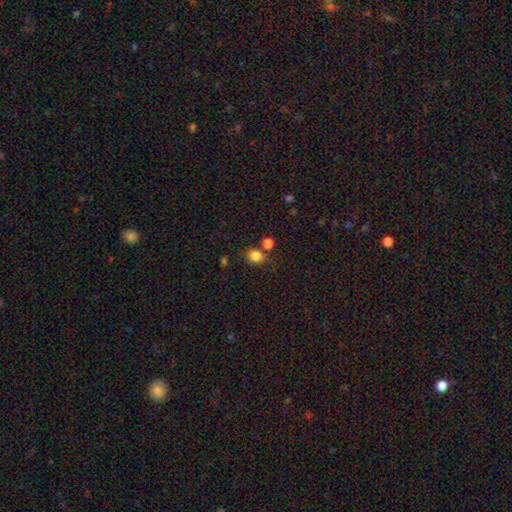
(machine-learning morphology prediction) A smooth galaxy with no disk features (83%) that is round (66%).

Vote fractions:
- Smooth or featured? smooth: 83% / star or artifact: 12% / featured or disk: 5%
- How rounded? round: 66% / in between: 33% / cigar-shaped: 1%
- Merging? none: 66% / merger: 16% / minor disturbance: 13% / major disturbance: 4%